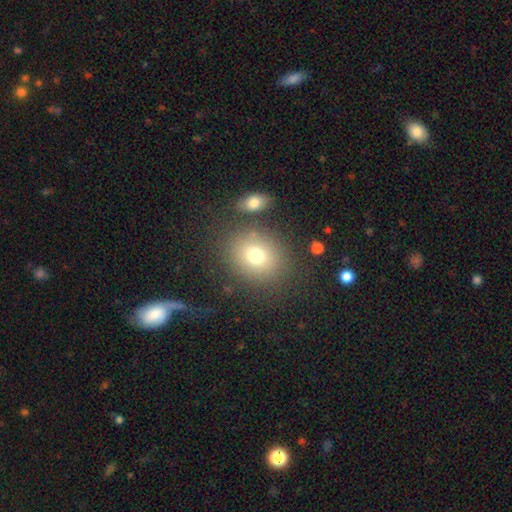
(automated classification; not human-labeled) Smooth or featured: smooth — 73% (star or artifact — 14%)
How rounded: round — 70% (in between — 29%)
Merging: none — 77% (minor disturbance — 10%)